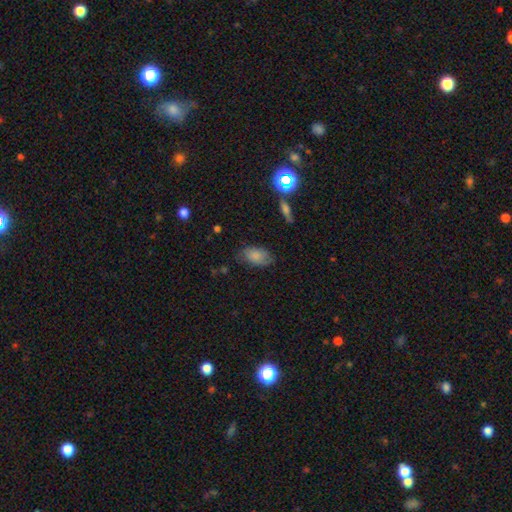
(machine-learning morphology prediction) Smooth or featured? Predicted: smooth (p=0.81). How rounded? Predicted: in between (p=0.91). Merging? Predicted: none (p=0.69).